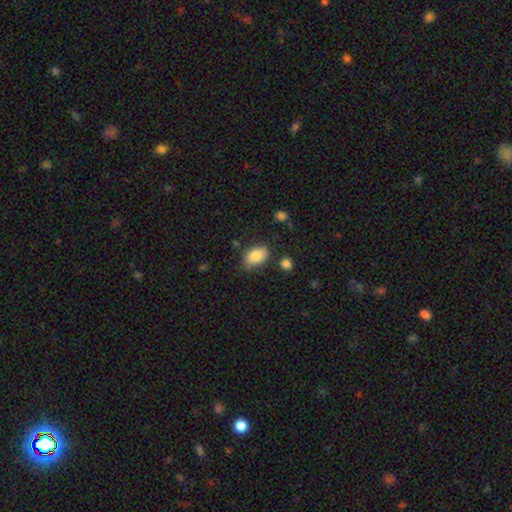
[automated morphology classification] Smooth or featured? Predicted: smooth (p=0.86). How rounded? Predicted: in between (p=0.90). Merging? Predicted: none (p=0.75).